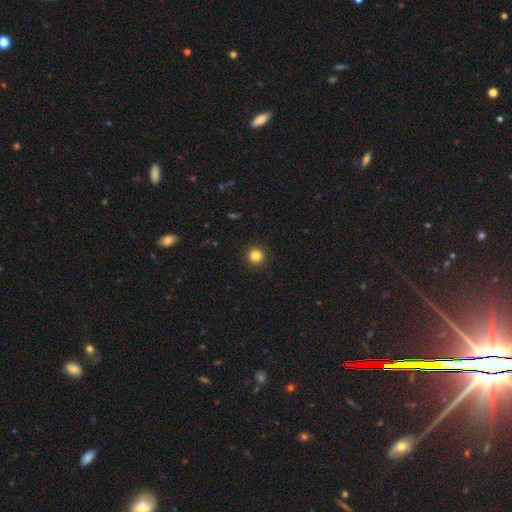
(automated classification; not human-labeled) The model was most divided on "smooth or featured": smooth: 84%, star or artifact: 12%, featured or disk: 4%. More confident: how rounded — round (95%); merging — none (93%).